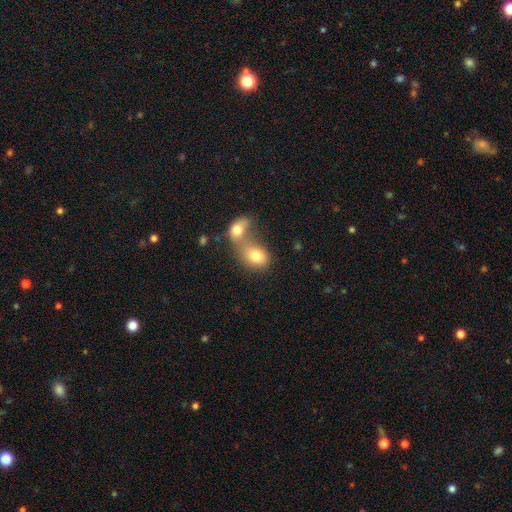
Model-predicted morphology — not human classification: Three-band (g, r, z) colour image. It shows a smooth galaxy with no disk features (78%) that is in between round and cigar-shaped (63%). Merging: merger (70%).